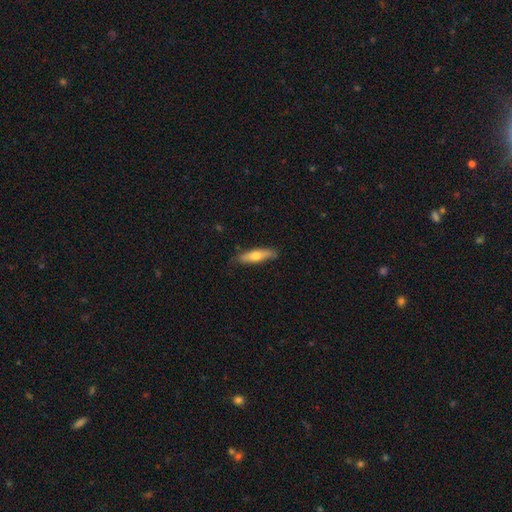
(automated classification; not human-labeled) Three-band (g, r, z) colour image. It shows a smooth galaxy with no disk features (62%) that is cigar-shaped (71%). Merging: none (81%).